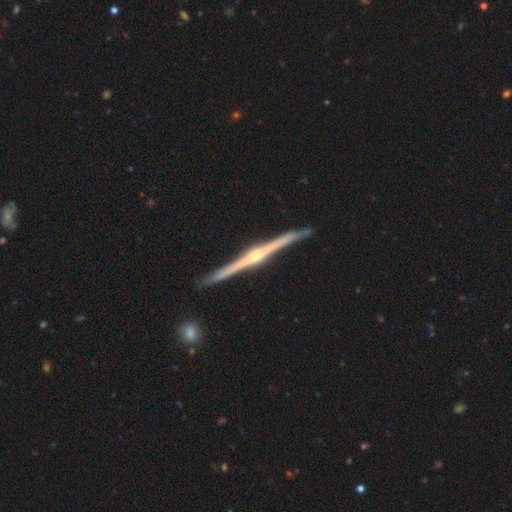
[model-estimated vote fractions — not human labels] This appears to be a featured or disk galaxy (89%) viewed edge-on (99%) with a rounded central bulge (84%). Merging: none (92%).